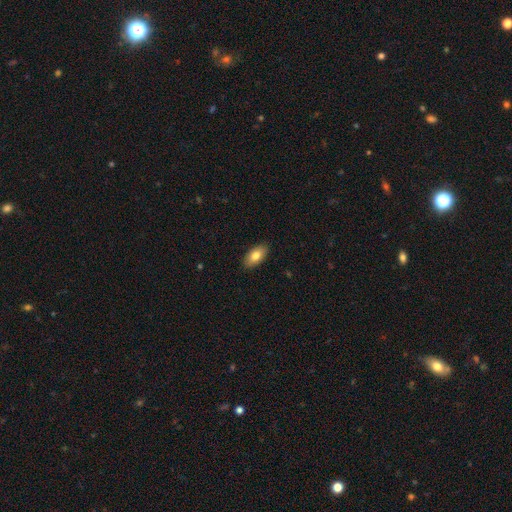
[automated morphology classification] Smooth or featured: smooth — 80% (featured or disk — 14%)
How rounded: in between — 93% (cigar-shaped — 4%)
Merging: none — 89% (minor disturbance — 8%)